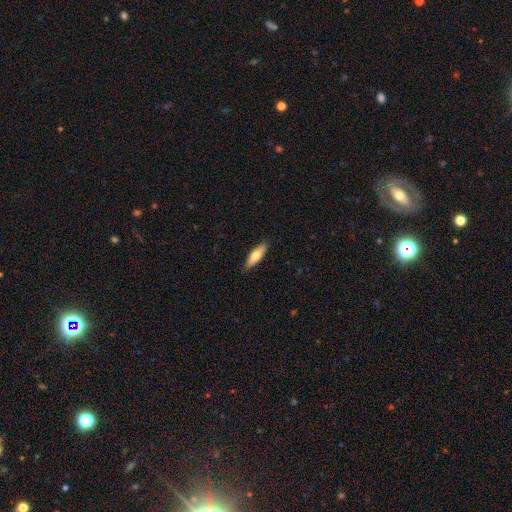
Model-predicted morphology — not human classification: This is likely a smooth galaxy (64%). How rounded: possibly cigar-shaped (55%). Merging: clearly none (89%).